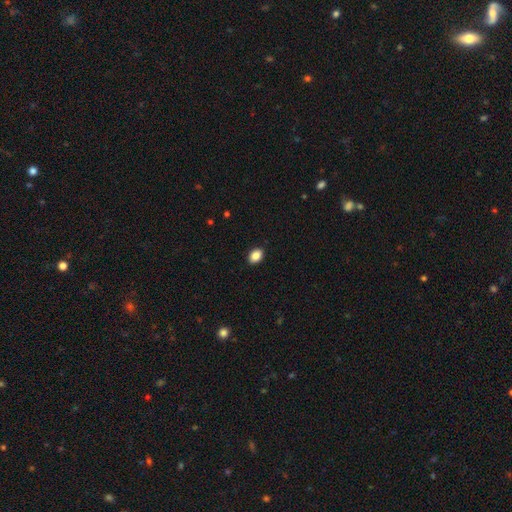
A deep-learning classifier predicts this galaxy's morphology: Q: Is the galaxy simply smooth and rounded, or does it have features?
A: smooth — 87%.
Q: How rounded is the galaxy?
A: in between — 75%.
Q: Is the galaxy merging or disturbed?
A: none — 91%.